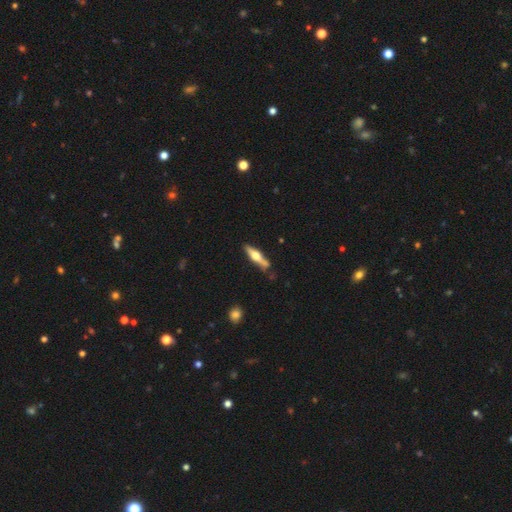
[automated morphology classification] Overall: featured or disk (61%; smooth 34%). Edge-on disk: yes (95%). Edge-on bulge: rounded (94%). Merging: none (79%).